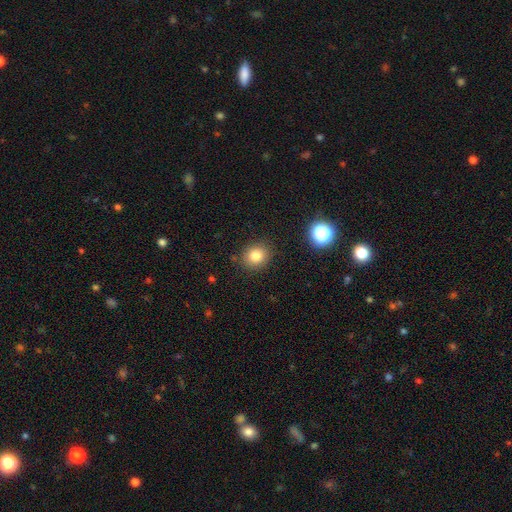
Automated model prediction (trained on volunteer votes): This is clearly a smooth galaxy (81%). How rounded: likely round (72%). Merging: clearly none (86%).